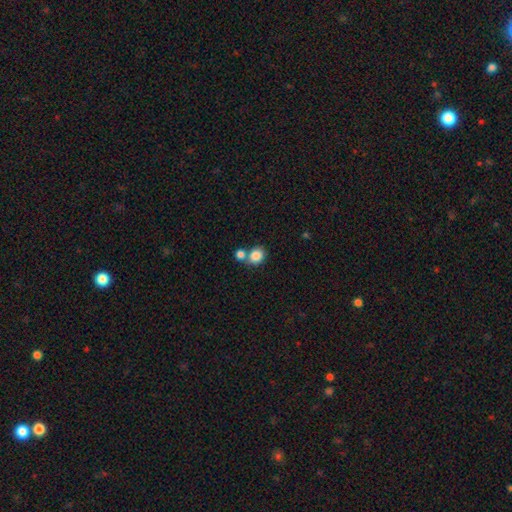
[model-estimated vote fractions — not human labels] This is clearly a smooth galaxy (85%). How rounded: likely round (73%). Merging: possibly none (53%).